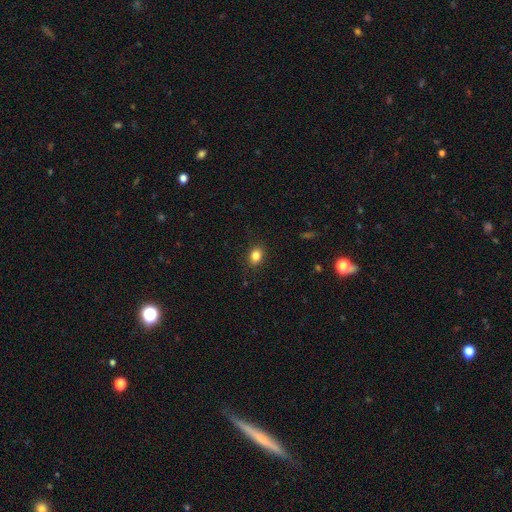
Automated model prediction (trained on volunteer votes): This is clearly a smooth galaxy (84%). How rounded: likely in between (62%). Merging: clearly none (87%).